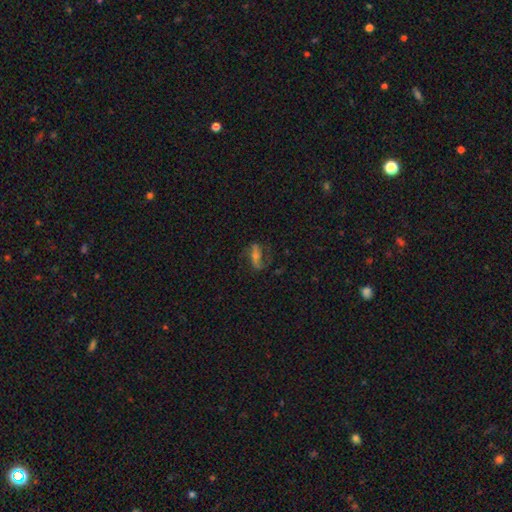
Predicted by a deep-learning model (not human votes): Smooth or featured?
  - featured or disk: 60% *
  - smooth: 26%
  - star or artifact: 14%
Edge-on disk?
  - no: 84% *
  - yes: 16%
Bar?
  - strong: 43% *
  - no: 29%
  - weak: 28%
Spiral arms?
  - yes: 79% *
  - no: 21%
Bulge size?
  - moderate: 44% *
  - small: 42%
  - large: 6%
  - none: 6%
  - dominant: 2%
Merging?
  - none: 65% *
  - minor disturbance: 18%
  - major disturbance: 15%
  - merger: 2%